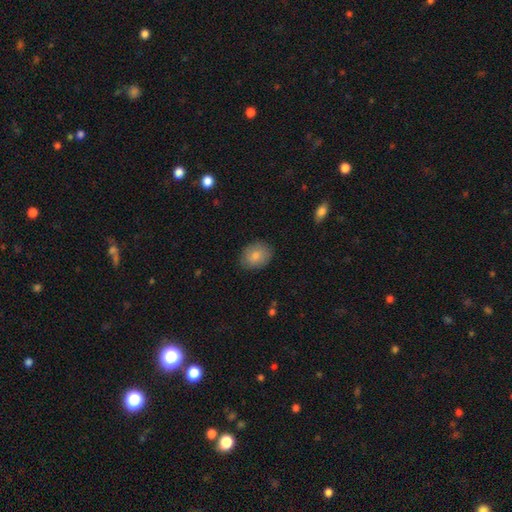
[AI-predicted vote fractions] This is clearly a smooth galaxy (83%). How rounded: possibly in between (52%). Merging: clearly none (85%).